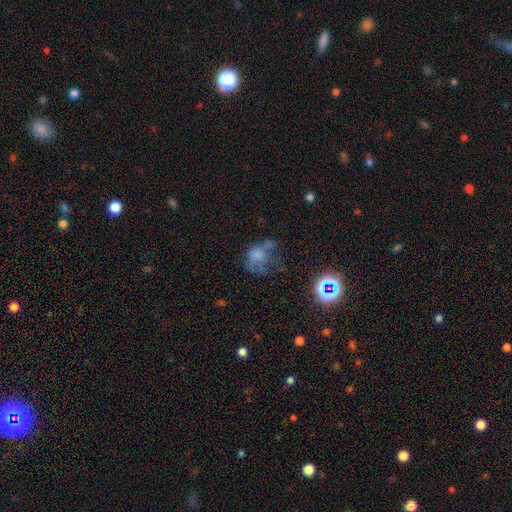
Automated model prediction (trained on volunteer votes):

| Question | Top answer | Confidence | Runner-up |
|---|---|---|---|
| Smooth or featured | smooth | 42% | star or artifact (29%) |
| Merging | none | 38% | major disturbance (29%) |